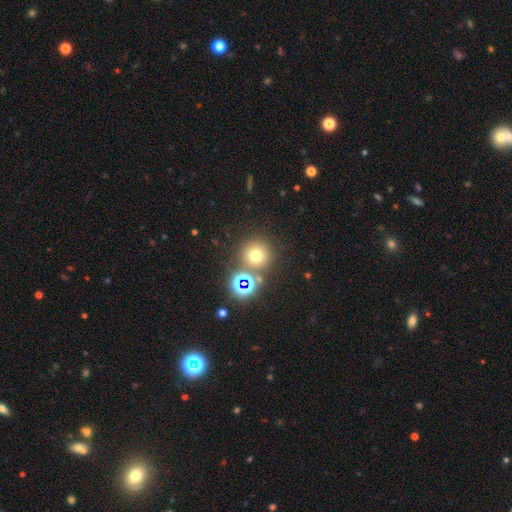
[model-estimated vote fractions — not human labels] This appears to be a smooth galaxy with no disk features (65%) that is round (94%). Merging: none (75%).